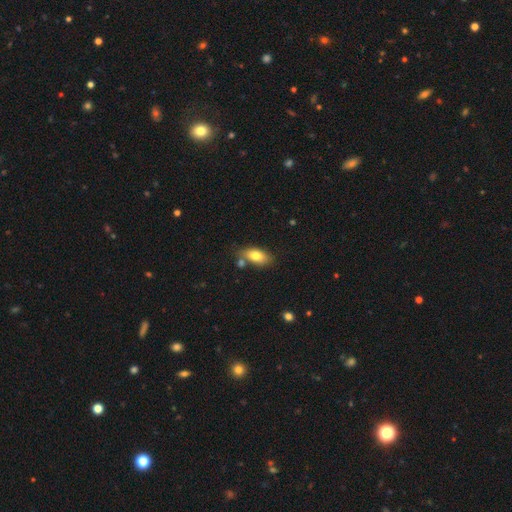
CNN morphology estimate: A smooth galaxy with no disk features (78%) that is in between round and cigar-shaped (89%). Merging: none (66%).